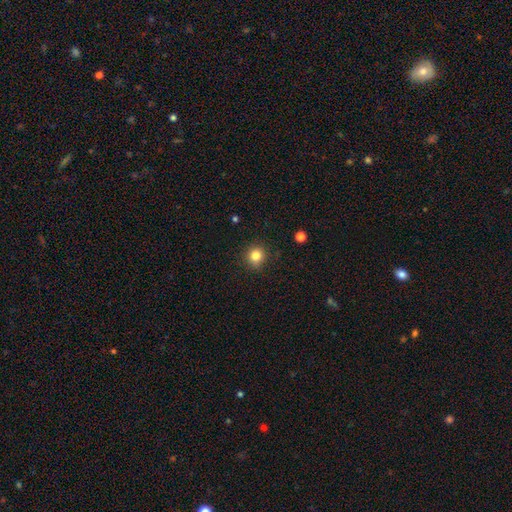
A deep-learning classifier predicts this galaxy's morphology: This appears to be a smooth galaxy with no disk features (83%) that is round (91%). Merging: none (88%).